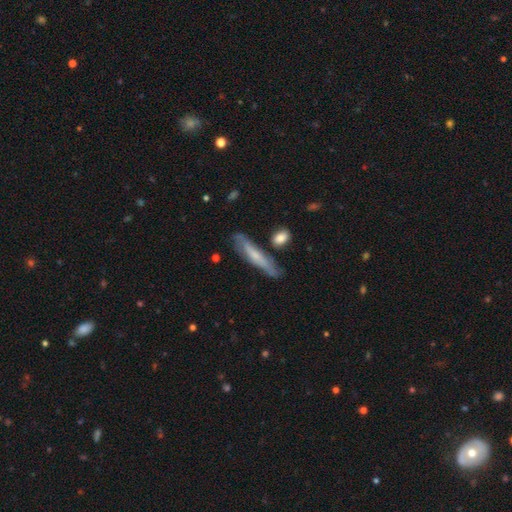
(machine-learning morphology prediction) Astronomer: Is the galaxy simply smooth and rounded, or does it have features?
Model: featured or disk — 48% (runner-up: smooth, 45%).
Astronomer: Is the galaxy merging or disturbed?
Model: none — 74%.